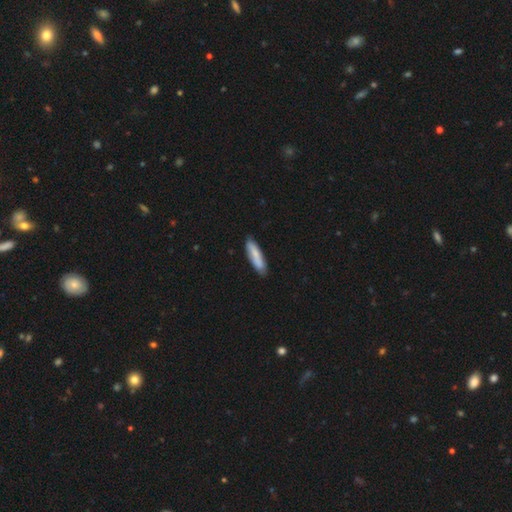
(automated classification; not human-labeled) A smooth galaxy with no disk features (75%) that is cigar-shaped (69%).

Vote fractions:
- Smooth or featured? smooth: 75% / featured or disk: 20% / star or artifact: 5%
- How rounded? cigar-shaped: 69% / in between: 29% / round: 1%
- Merging? none: 86% / minor disturbance: 11% / major disturbance: 2% / merger: 1%